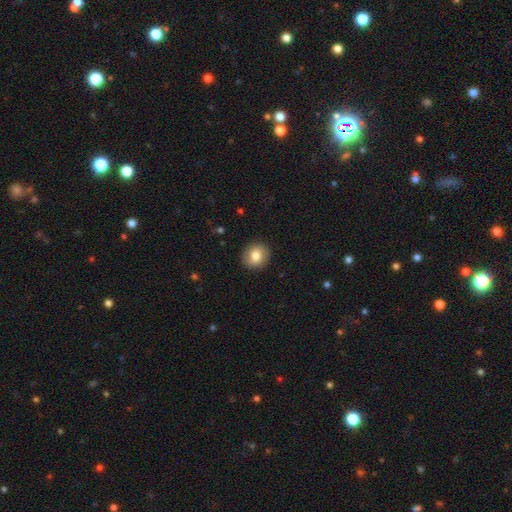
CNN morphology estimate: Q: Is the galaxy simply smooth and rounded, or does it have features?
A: smooth — 78%.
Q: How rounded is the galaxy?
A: round — 80%.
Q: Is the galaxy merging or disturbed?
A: none — 88%.